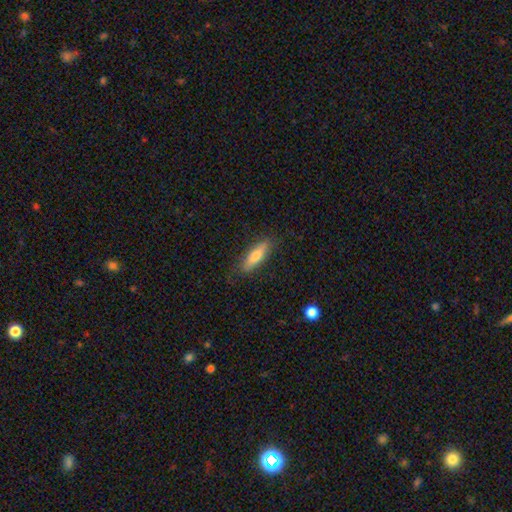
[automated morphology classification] Smooth or featured: smooth — 68% (featured or disk — 25%)
How rounded: cigar-shaped — 65% (in between — 33%)
Merging: none — 83% (minor disturbance — 13%)